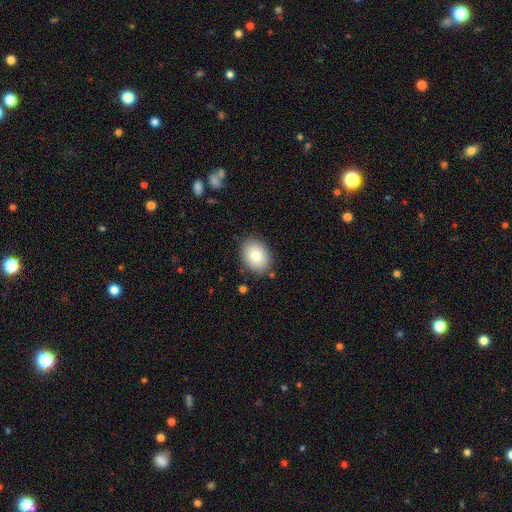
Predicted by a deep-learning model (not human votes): smooth 81%, featured or disk 11%, star or artifact 8%. Down the decision tree: how rounded — in between (73%); merging — none (86%).